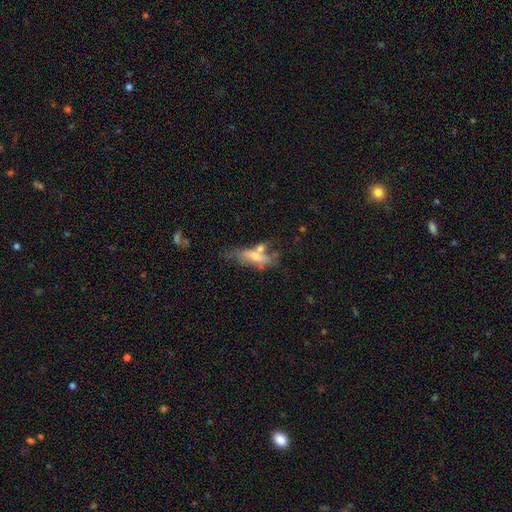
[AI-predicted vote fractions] The model was most divided on "merging": none: 35%, merger: 30%, minor disturbance: 20%, major disturbance: 15%. More confident: how rounded — in between (57%); smooth or featured — smooth (50%).